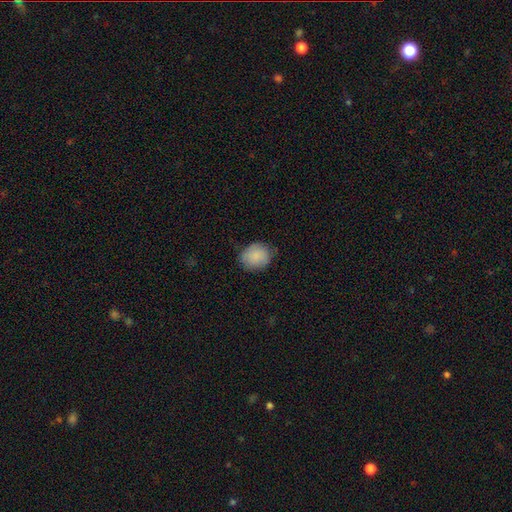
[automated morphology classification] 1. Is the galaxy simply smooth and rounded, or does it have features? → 87% smooth, 7% star or artifact, 6% featured or disk.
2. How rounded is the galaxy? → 70% round, 29% in between, 1% cigar-shaped.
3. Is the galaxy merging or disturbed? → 77% none, 18% minor disturbance, 4% major disturbance, 1% merger.